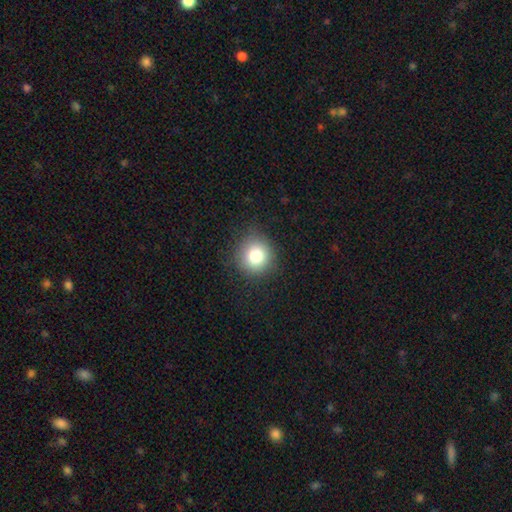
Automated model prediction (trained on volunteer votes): Smooth or featured? Predicted: smooth (p=0.80). How rounded? Predicted: round (p=0.91). Merging? Predicted: none (p=0.86).